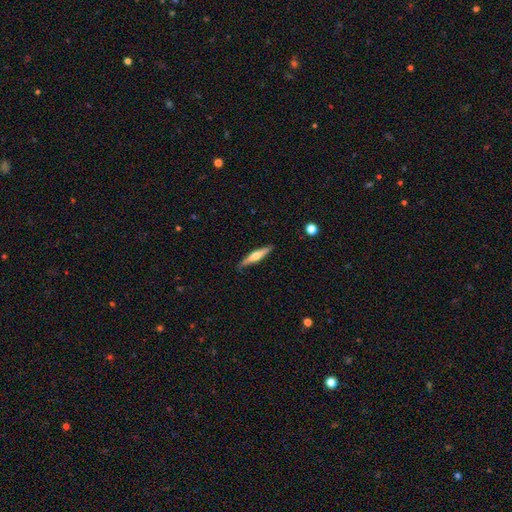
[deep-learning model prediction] Q: Smooth or featured?
A: featured or disk (54%); runner-up: smooth (41%)
Q: Edge-on disk?
A: yes (95%); runner-up: no (5%)
Q: Edge-on bulge?
A: rounded (87%); runner-up: none (7%)
Q: Merging?
A: none (85%); runner-up: minor disturbance (11%)